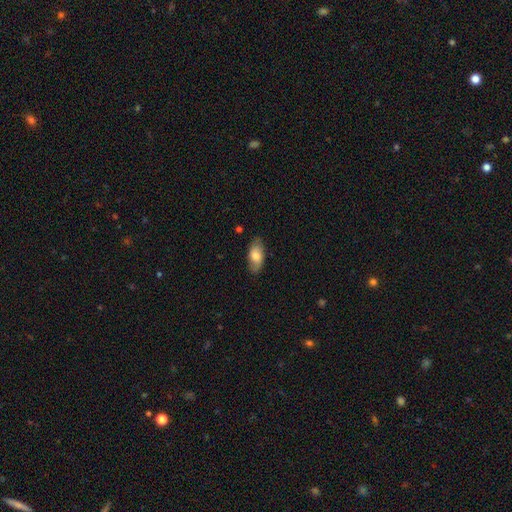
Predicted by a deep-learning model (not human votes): This is likely a smooth galaxy (70%). How rounded: clearly in between (90%). Merging: clearly none (81%).